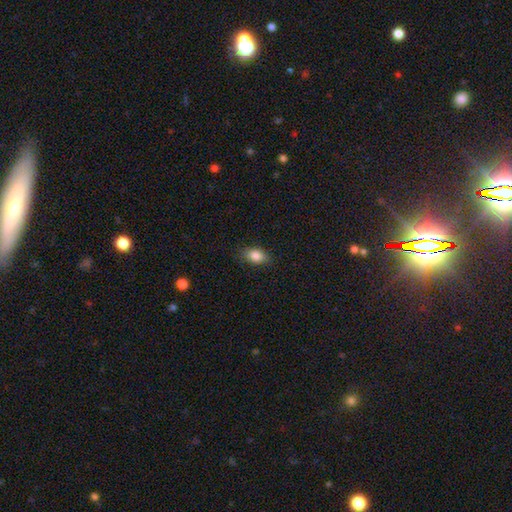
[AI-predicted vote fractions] Overall: smooth (86%). How rounded: in between (85%). Merging: none (84%).